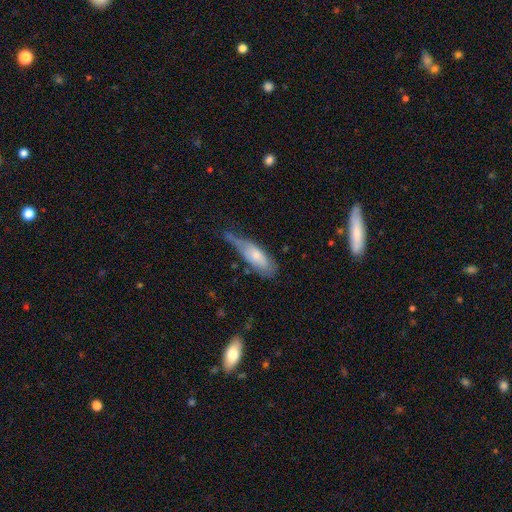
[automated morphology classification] type=smooth (65%); roundness=in between (61%); merging=minor disturbance (42%).